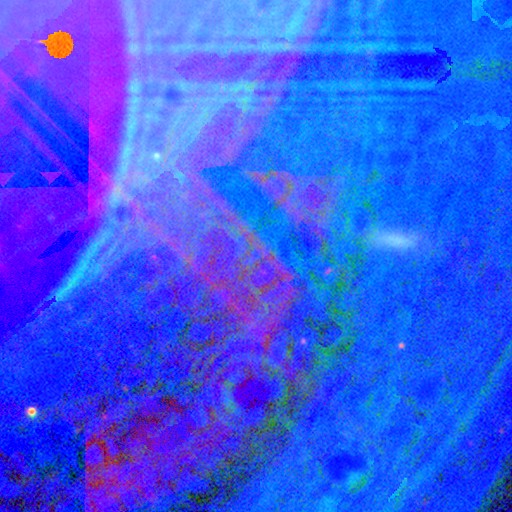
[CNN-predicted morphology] Smooth or featured? star or artifact (85%)